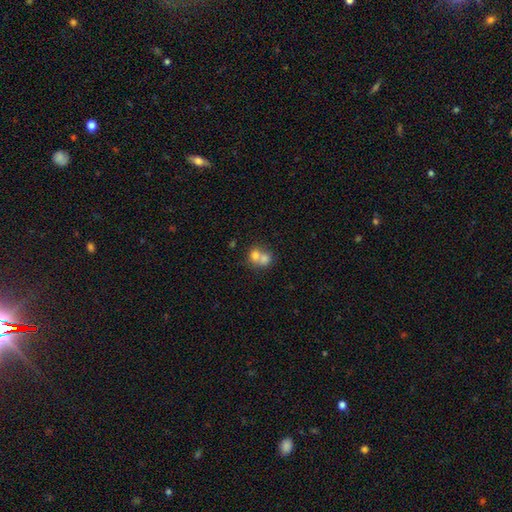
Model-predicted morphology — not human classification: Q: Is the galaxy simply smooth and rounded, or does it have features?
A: smooth — 71%.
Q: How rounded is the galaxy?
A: round — 67%.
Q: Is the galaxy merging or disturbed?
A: merger — 69%.